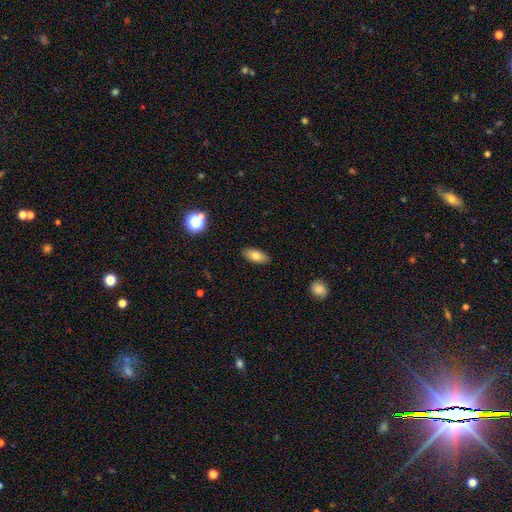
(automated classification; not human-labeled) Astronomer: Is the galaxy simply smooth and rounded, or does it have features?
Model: smooth — 78%.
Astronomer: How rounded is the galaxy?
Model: in between — 86%.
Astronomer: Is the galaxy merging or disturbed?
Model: none — 88%.